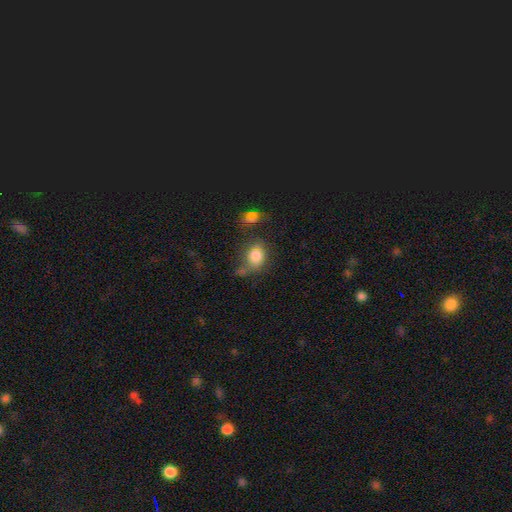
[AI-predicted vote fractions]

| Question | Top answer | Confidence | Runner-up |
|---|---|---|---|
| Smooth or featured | smooth | 76% | star or artifact (13%) |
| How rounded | round | 59% | in between (40%) |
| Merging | none | 46% | minor disturbance (22%) |